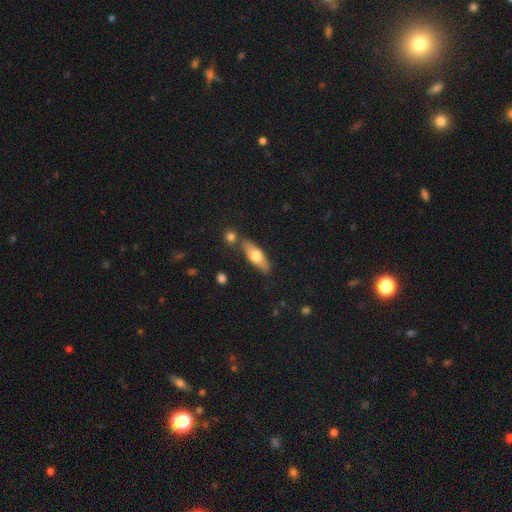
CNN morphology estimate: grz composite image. It shows a smooth galaxy with no disk features (58%) that is in between round and cigar-shaped (55%). Merging: none (75%).